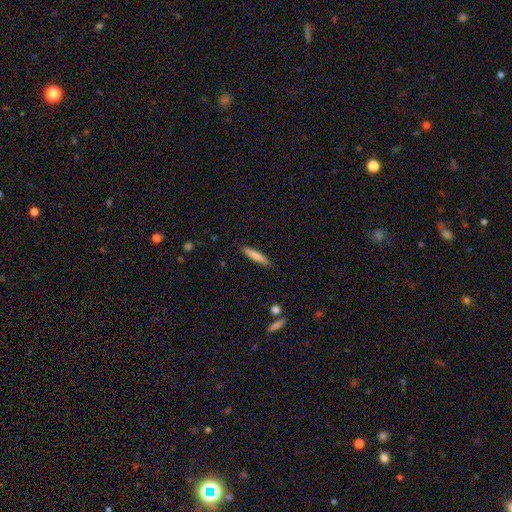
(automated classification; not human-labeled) Q: Smooth or featured?
A: smooth (79%); runner-up: featured or disk (15%)
Q: How rounded?
A: cigar-shaped (87%); runner-up: in between (11%)
Q: Merging?
A: none (88%); runner-up: minor disturbance (9%)